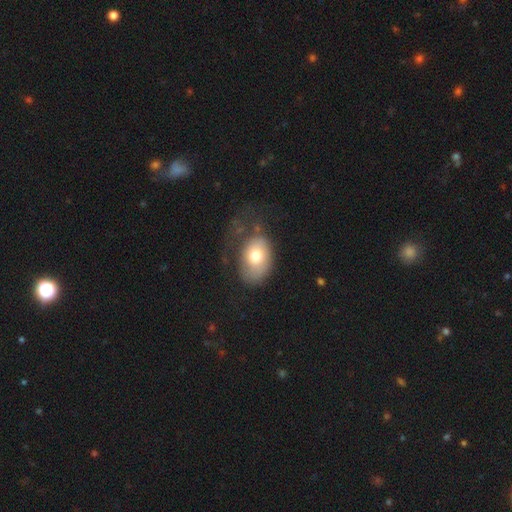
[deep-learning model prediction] Smooth or featured: smooth — 72% (featured or disk — 20%)
How rounded: in between — 76% (round — 23%)
Merging: none — 41% (major disturbance — 28%)